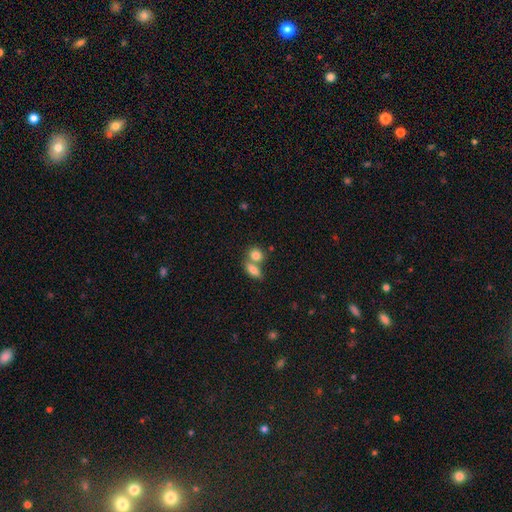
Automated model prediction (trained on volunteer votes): Morphology: type=smooth (82%); roundness=in between (54%); merging=merger (53%).